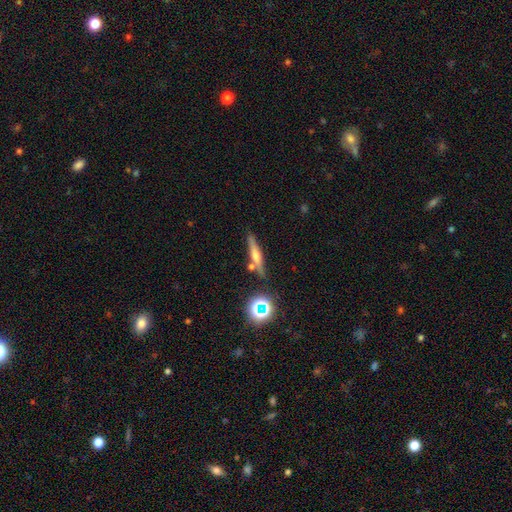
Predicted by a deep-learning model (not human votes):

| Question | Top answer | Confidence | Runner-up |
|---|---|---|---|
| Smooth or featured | featured or disk | 45% | smooth (41%) |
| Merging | none | 77% | minor disturbance (11%) |